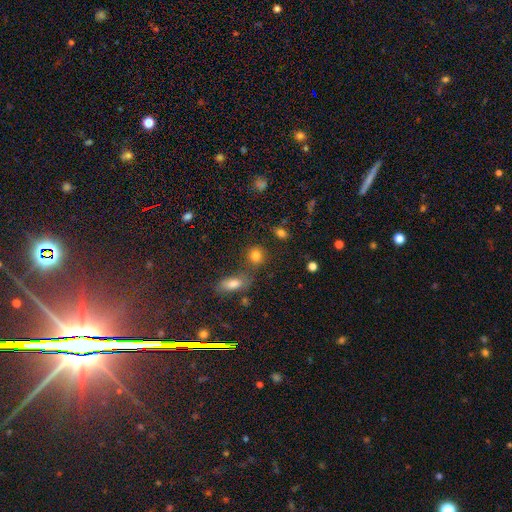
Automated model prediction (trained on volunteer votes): This appears to be a smooth galaxy with no disk features (82%) that is round (75%). Merging: none (68%).